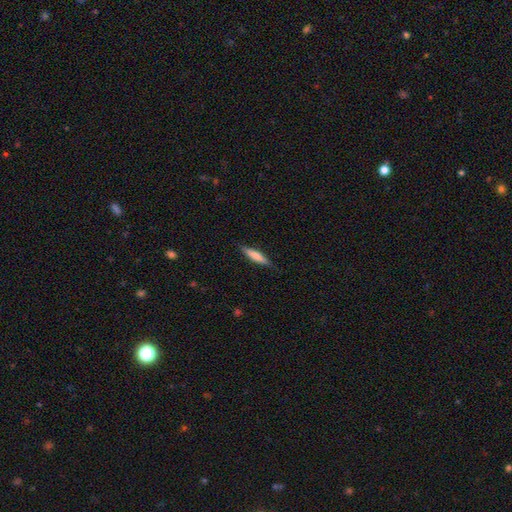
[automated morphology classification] Smooth or featured?
  - smooth: 67% *
  - featured or disk: 27%
  - star or artifact: 6%
How rounded?
  - cigar-shaped: 85% *
  - in between: 14%
  - round: 1%
Merging?
  - none: 86% *
  - minor disturbance: 11%
  - major disturbance: 2%
  - merger: 1%